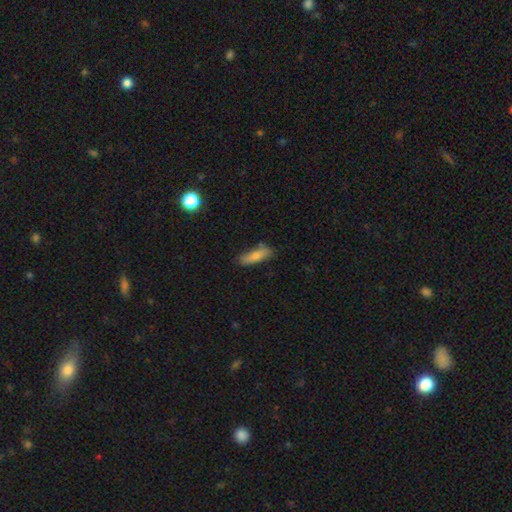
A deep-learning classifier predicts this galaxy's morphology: The model was most divided on "how rounded": cigar-shaped: 55%, in between: 42%, round: 2%. More confident: merging — none (76%); smooth or featured — smooth (75%).